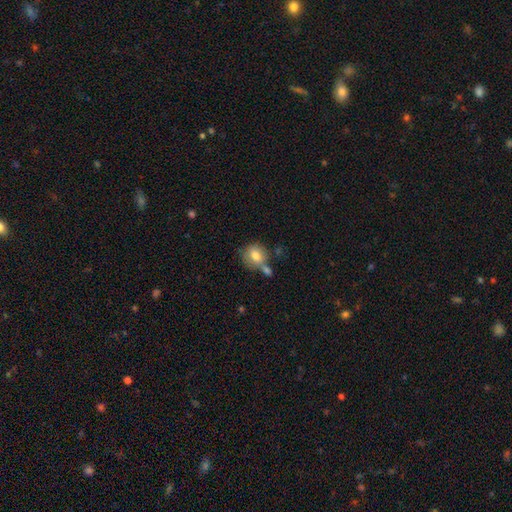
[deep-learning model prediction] Smooth or featured?
  - smooth: 77% *
  - featured or disk: 15%
  - star or artifact: 8%
How rounded?
  - round: 77% *
  - in between: 22%
  - cigar-shaped: 1%
Merging?
  - none: 51% *
  - merger: 27%
  - minor disturbance: 16%
  - major disturbance: 6%